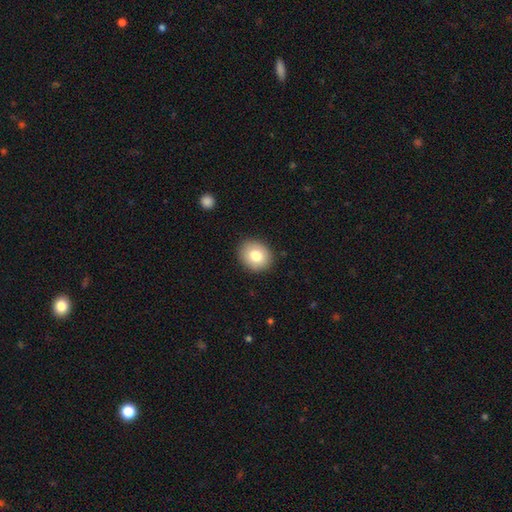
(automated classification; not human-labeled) A smooth galaxy with no disk features (79%) that is round (65%). Merging: none (89%).